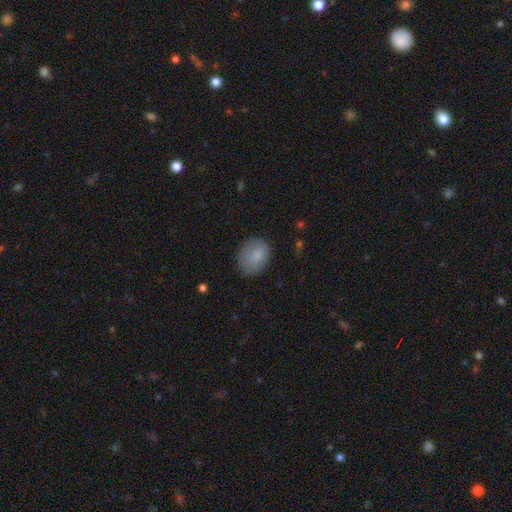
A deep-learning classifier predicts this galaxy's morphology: Smooth or featured? Predicted: smooth (p=0.81). How rounded? Predicted: in between (p=0.67). Merging? Predicted: none (p=0.72).